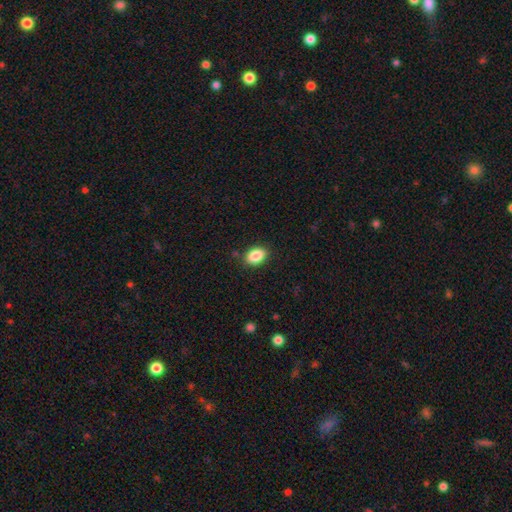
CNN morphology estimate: type=smooth (87%); roundness=in between (84%); merging=none (87%).